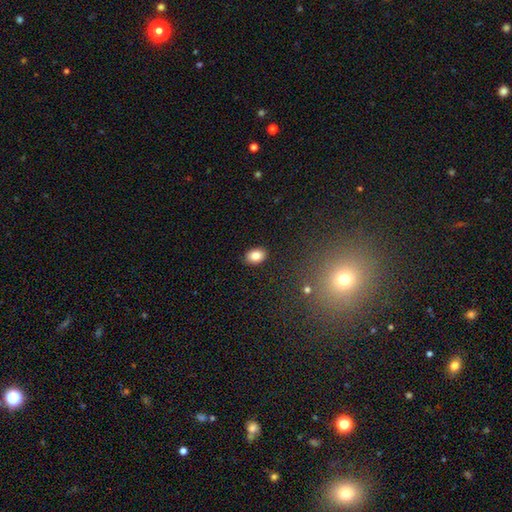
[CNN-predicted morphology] A smooth galaxy with no disk features (84%) that is in between round and cigar-shaped (79%). Merging: none (88%).